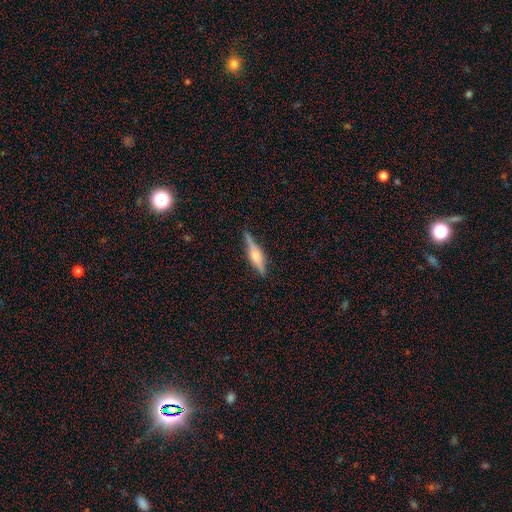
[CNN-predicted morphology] Smooth or featured: featured or disk — 63% (smooth — 30%)
Edge-on disk: yes — 96% (no — 4%)
Edge-on bulge: rounded — 76% (boxy — 19%)
Merging: none — 82% (minor disturbance — 13%)